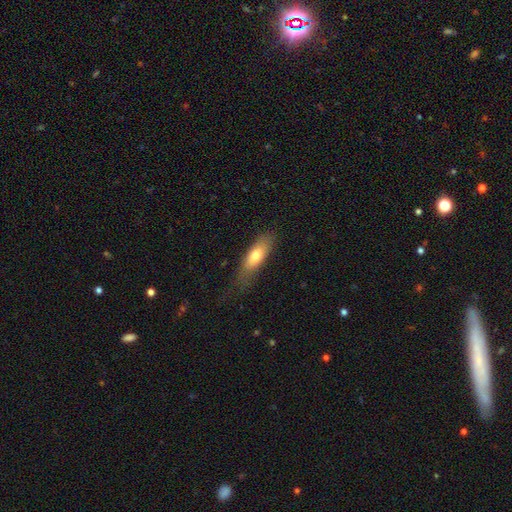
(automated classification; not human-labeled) Q: Smooth or featured?
A: smooth (72%); runner-up: featured or disk (21%)
Q: How rounded?
A: in between (64%); runner-up: cigar-shaped (34%)
Q: Merging?
A: none (59%); runner-up: minor disturbance (26%)